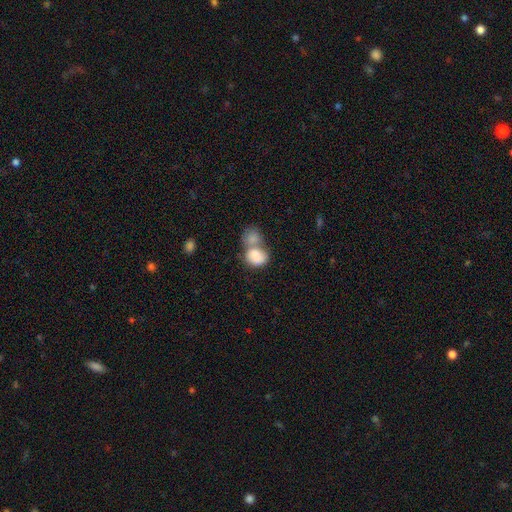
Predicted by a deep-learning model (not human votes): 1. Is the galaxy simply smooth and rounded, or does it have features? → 81% smooth, 12% featured or disk, 7% star or artifact.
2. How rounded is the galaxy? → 62% in between, 36% round, 1% cigar-shaped.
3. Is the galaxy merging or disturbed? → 69% merger, 17% none, 8% minor disturbance, 6% major disturbance.